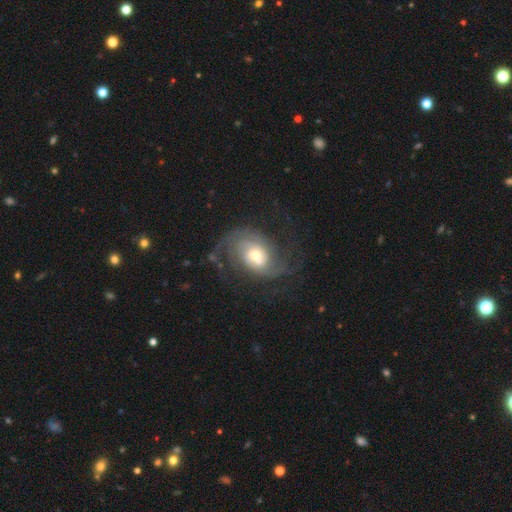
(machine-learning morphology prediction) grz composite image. It shows a featured or disk galaxy (79%) with no bar (59%), 2 (60%) medium (41%) spiral arms (91%) and a moderate central bulge (61%). Merging: none (55%).